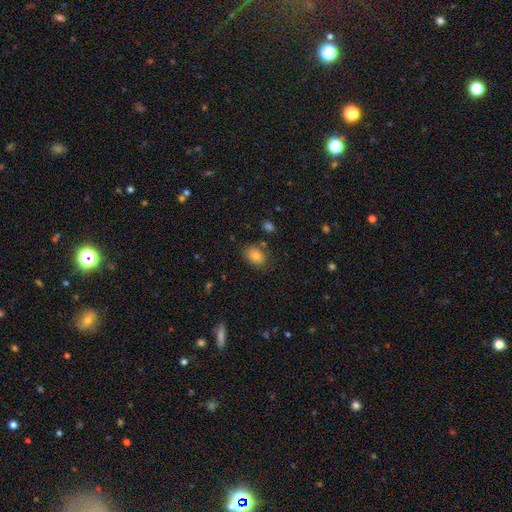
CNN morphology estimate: Smooth or featured? Predicted: smooth (p=0.78). How rounded? Predicted: in between (p=0.66). Merging? Predicted: none (p=0.77).